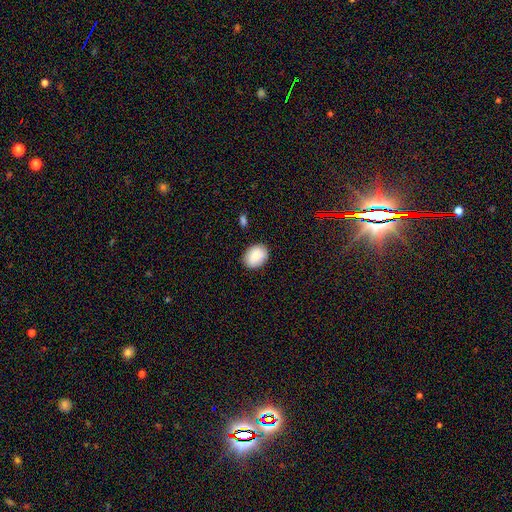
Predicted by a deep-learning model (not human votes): A smooth galaxy with no disk features (84%) that is in between round and cigar-shaped (63%). Merging: none (86%).